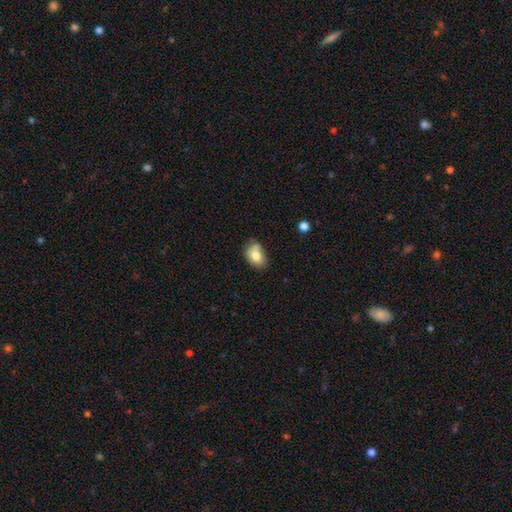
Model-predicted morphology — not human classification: Smooth or featured: smooth — 76% (featured or disk — 15%)
How rounded: in between — 77% (round — 22%)
Merging: none — 47% (minor disturbance — 30%)